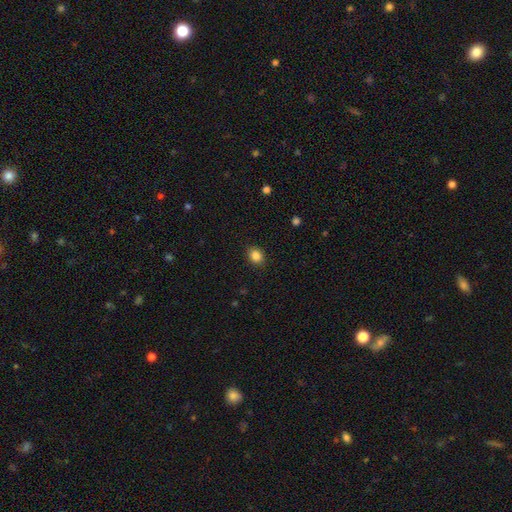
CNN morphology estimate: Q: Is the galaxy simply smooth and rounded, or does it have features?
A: smooth — 86%.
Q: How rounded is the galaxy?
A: round — 66%.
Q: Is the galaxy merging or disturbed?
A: none — 89%.